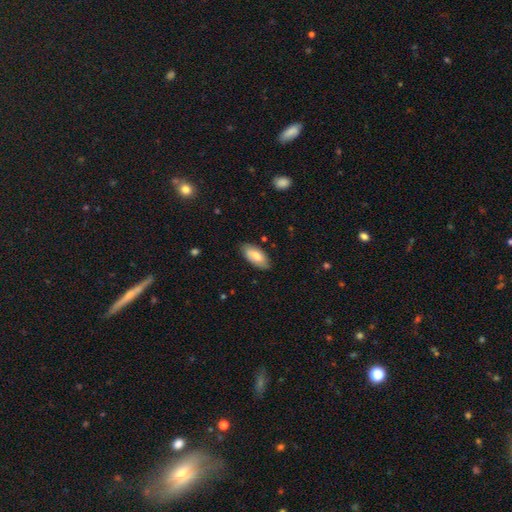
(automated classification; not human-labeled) A smooth galaxy with no disk features (74%) that is in between round and cigar-shaped (90%). Merging: none (82%).